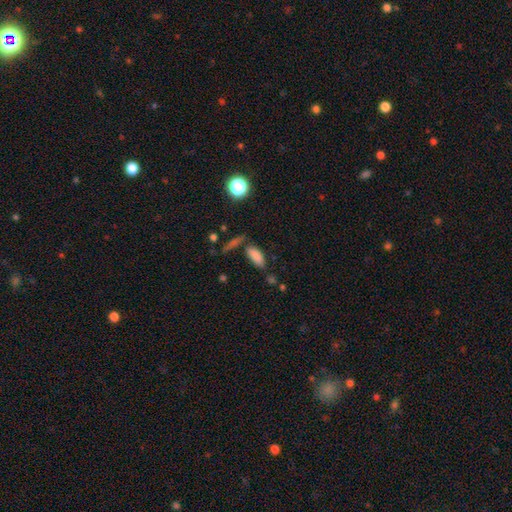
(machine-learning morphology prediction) This is clearly a smooth galaxy (82%). How rounded: clearly in between (82%). Merging: likely none (64%).